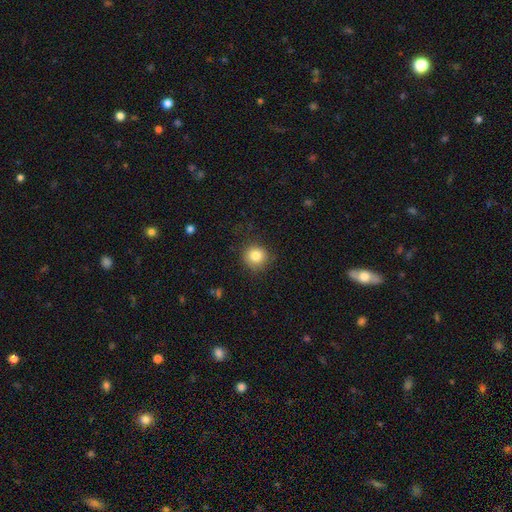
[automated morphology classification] smooth-or-featured: smooth: 83% | star or artifact: 10% | featured or disk: 7%
  how-rounded: round: 90% | in between: 9% | cigar-shaped: 1%
  merging: none: 82% | minor disturbance: 13% | major disturbance: 4% | merger: 1%